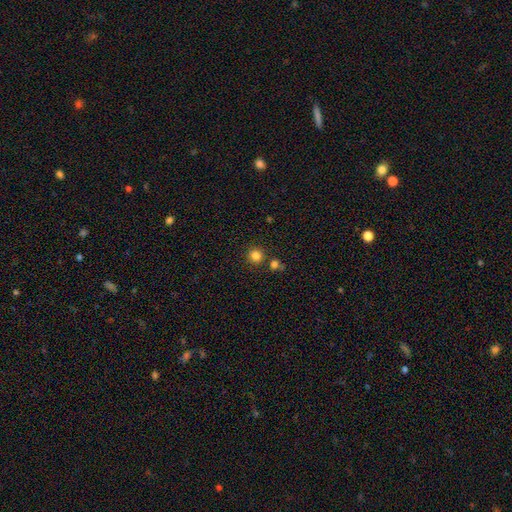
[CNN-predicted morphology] This is clearly a smooth galaxy (82%). How rounded: clearly round (93%). Merging: clearly none (82%).